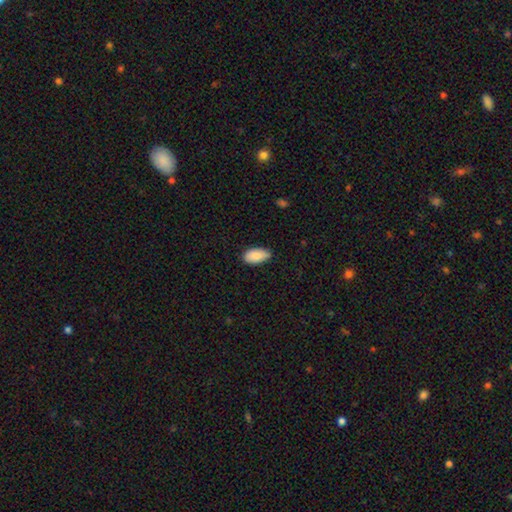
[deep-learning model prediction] smooth-or-featured: smooth: 89% | star or artifact: 6% | featured or disk: 4%
  how-rounded: in between: 95% | cigar-shaped: 3% | round: 2%
  merging: none: 78% | minor disturbance: 19% | major disturbance: 2% | merger: 1%